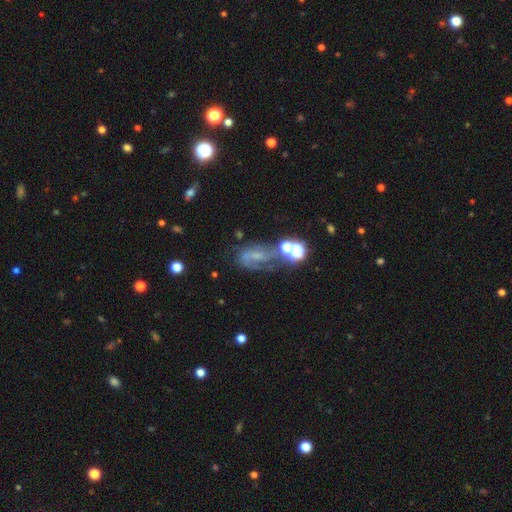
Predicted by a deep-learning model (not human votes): This appears to be a featured or disk galaxy (56%) with no bar (43%), spiral arms (78%) and a small central bulge (47%). Merging: none (40%).